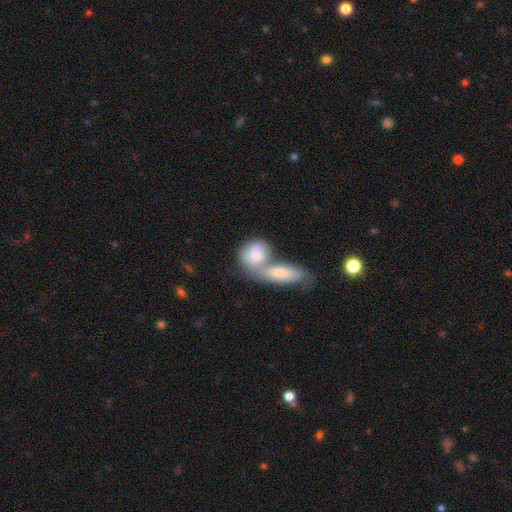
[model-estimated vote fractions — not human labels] smooth_or_featured: smooth (p=0.75) [alt: featured or disk p=0.19]
how_rounded: in between (p=0.49) [alt: round p=0.45]
merging: merger (p=0.65) [alt: none p=0.22]